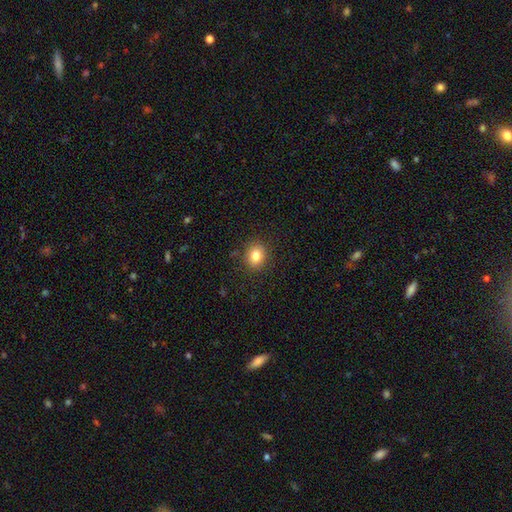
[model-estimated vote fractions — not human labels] Smooth or featured: smooth — 82% (star or artifact — 11%)
How rounded: round — 69% (in between — 30%)
Merging: none — 88% (minor disturbance — 8%)